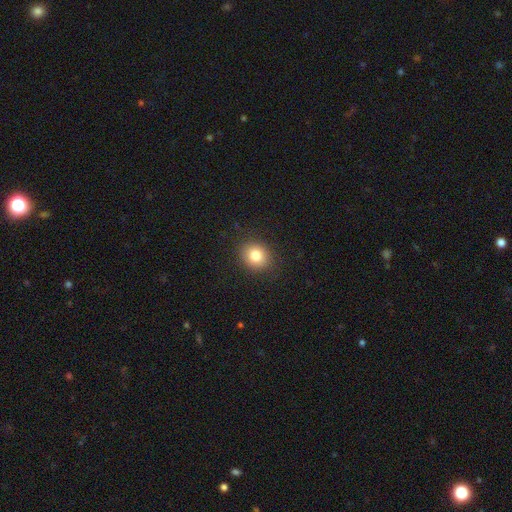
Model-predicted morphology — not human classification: smooth_or_featured: smooth (p=0.81) [alt: star or artifact p=0.11]
how_rounded: round (p=0.75) [alt: in between p=0.24]
merging: none (p=0.88) [alt: minor disturbance p=0.08]